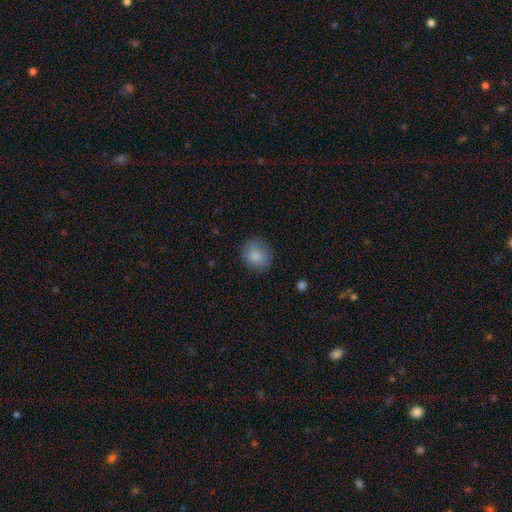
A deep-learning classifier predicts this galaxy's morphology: Q: Smooth or featured?
A: smooth (86%); runner-up: star or artifact (8%)
Q: How rounded?
A: round (79%); runner-up: in between (20%)
Q: Merging?
A: none (81%); runner-up: minor disturbance (14%)